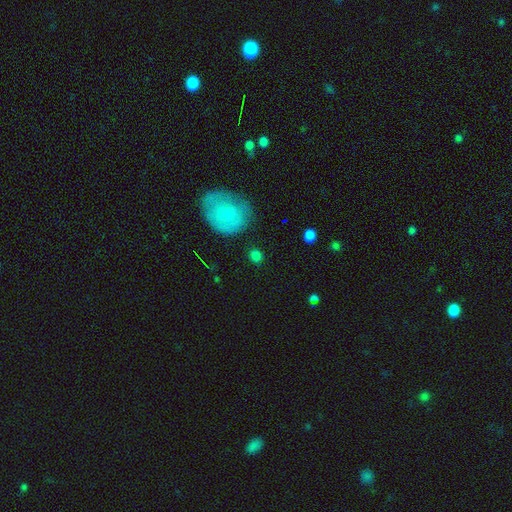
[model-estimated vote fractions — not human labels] Smooth or featured? Predicted: smooth (p=0.77). How rounded? Predicted: round (p=0.79). Merging? Predicted: none (p=0.82).